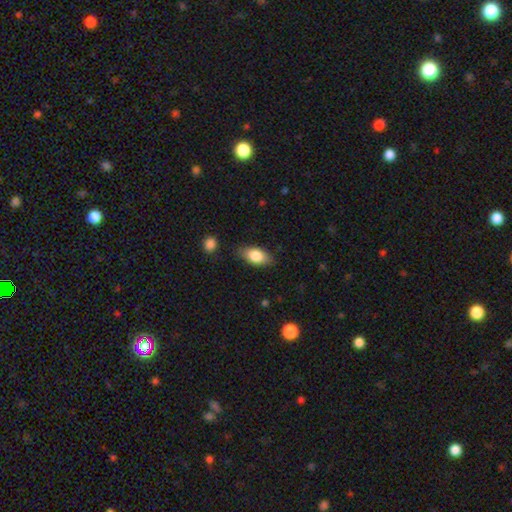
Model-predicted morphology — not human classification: type=smooth (82%); roundness=in between (89%); merging=none (81%).